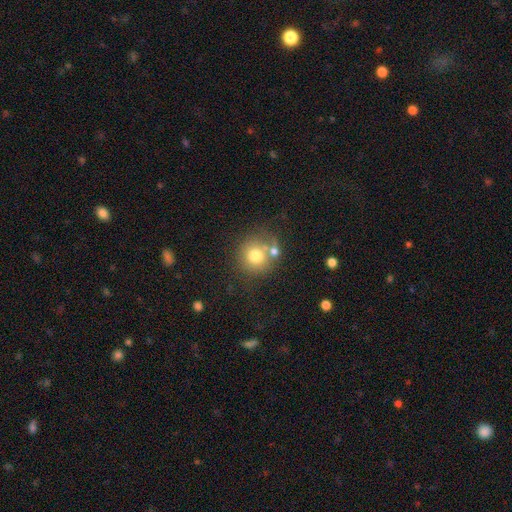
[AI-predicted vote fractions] Smooth or featured? Predicted: smooth (p=0.75). How rounded? Predicted: round (p=0.89). Merging? Predicted: none (p=0.58).